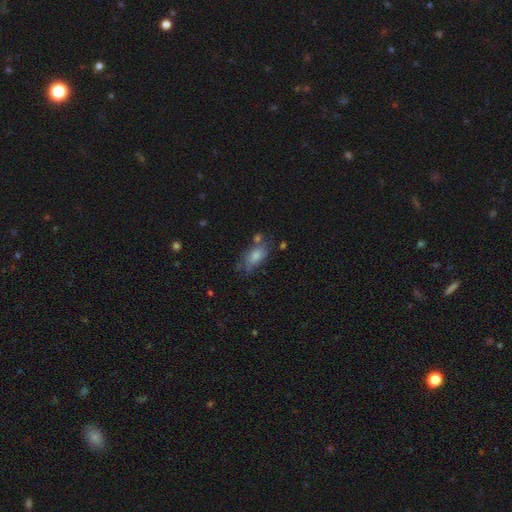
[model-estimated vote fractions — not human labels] smooth 73%, featured or disk 19%, star or artifact 8%. Down the decision tree: how rounded — in between (88%); merging — none (47%).